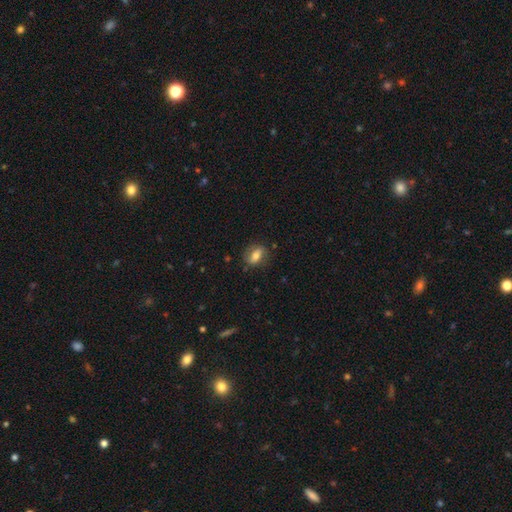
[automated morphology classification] Smooth or featured?
  - smooth: 65% *
  - featured or disk: 27%
  - star or artifact: 8%
How rounded?
  - in between: 74% *
  - round: 21%
  - cigar-shaped: 5%
Merging?
  - none: 75% *
  - minor disturbance: 17%
  - major disturbance: 6%
  - merger: 1%